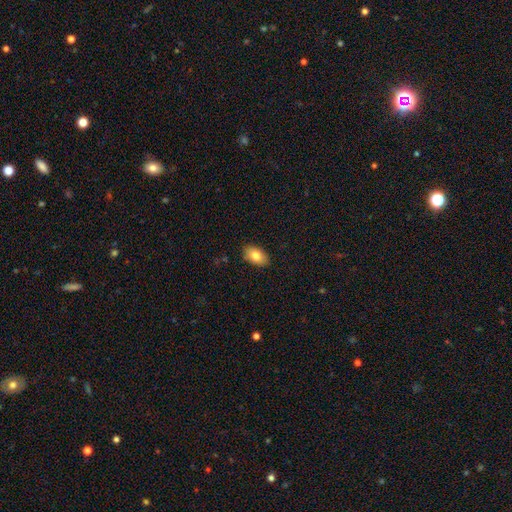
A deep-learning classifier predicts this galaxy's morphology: type=smooth (80%); roundness=in between (92%); merging=none (87%).